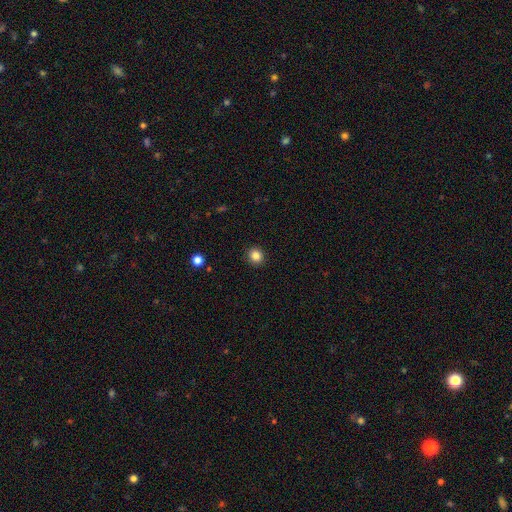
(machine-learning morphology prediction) Smooth or featured: smooth — 84% (star or artifact — 11%)
How rounded: round — 88% (in between — 12%)
Merging: none — 91% (minor disturbance — 6%)